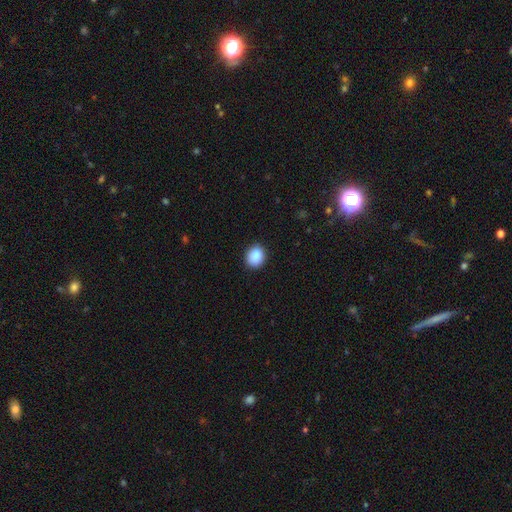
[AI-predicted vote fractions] Morphology: type=smooth (87%); roundness=round (59%); merging=none (83%).